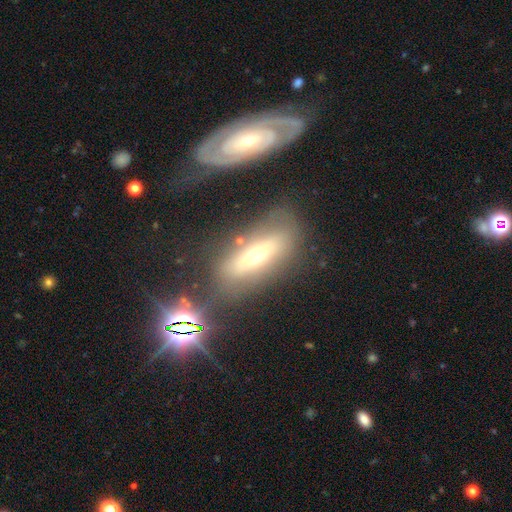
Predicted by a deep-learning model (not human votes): A smooth galaxy with no disk features (44%).

Vote fractions:
- Smooth or featured? smooth: 44% / featured or disk: 43% / star or artifact: 13%
- Merging? none: 62% / minor disturbance: 18% / major disturbance: 12% / merger: 8%